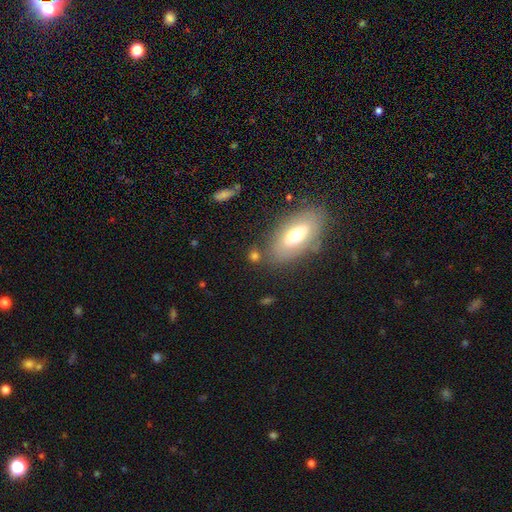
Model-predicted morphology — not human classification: Q: Smooth or featured?
A: smooth (55%); runner-up: featured or disk (35%)
Q: How rounded?
A: in between (80%); runner-up: cigar-shaped (12%)
Q: Merging?
A: none (76%); runner-up: minor disturbance (14%)